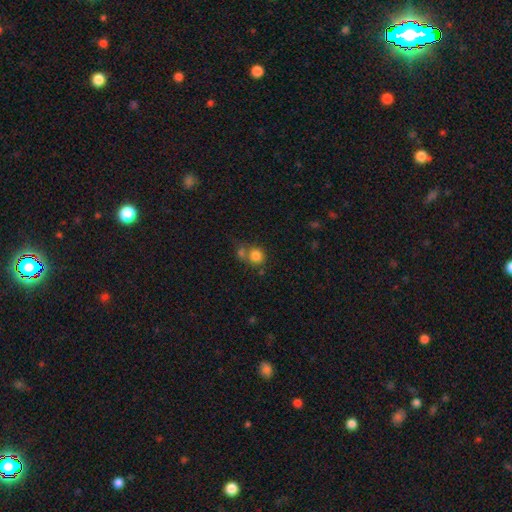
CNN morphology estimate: Smooth or featured?
  - smooth: 82% *
  - star or artifact: 10%
  - featured or disk: 8%
How rounded?
  - round: 82% *
  - in between: 17%
  - cigar-shaped: 1%
Merging?
  - none: 49% *
  - merger: 35%
  - minor disturbance: 11%
  - major disturbance: 6%